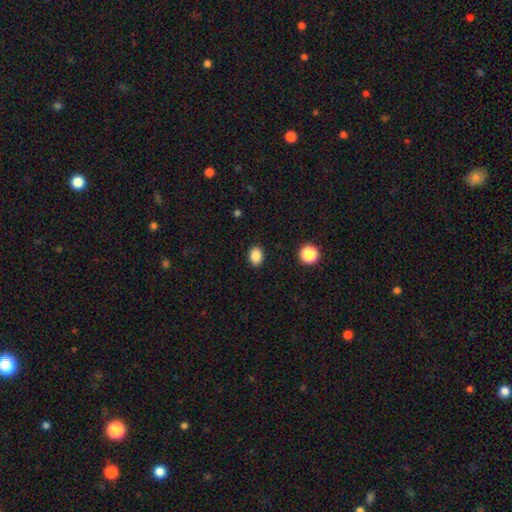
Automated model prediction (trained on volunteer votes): Morphology: type=smooth (87%); roundness=in between (63%); merging=none (89%).